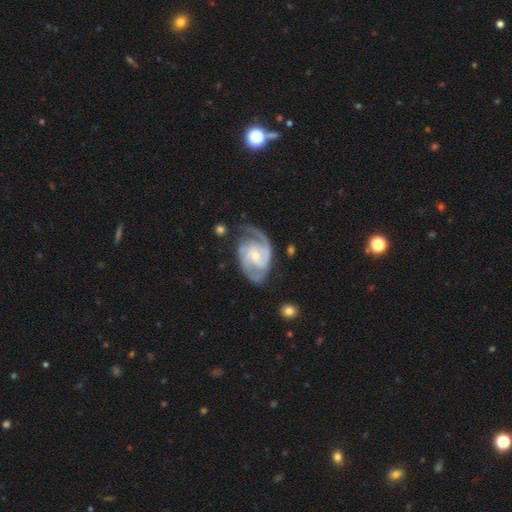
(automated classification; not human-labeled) The model was most divided on "bar": no: 45%, weak: 42%, strong: 14%. Remaining: spiral arms — yes (98%); edge-on disk — no (98%); smooth or featured — featured or disk (92%); spiral arm count — 2 (69%); merging — none (67%); bulge size — small (64%); spiral winding — medium (49%).